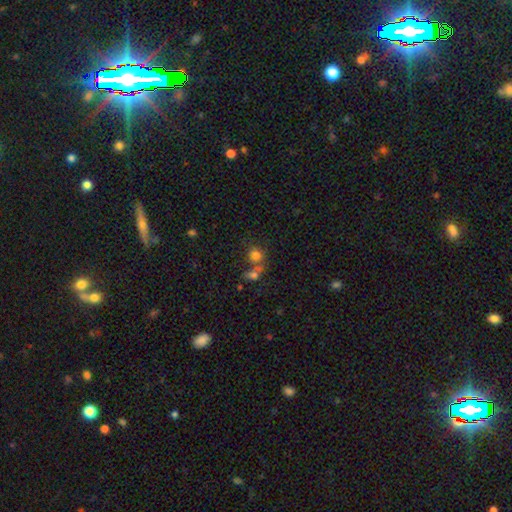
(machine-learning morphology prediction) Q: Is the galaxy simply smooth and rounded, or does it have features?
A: smooth — 75%.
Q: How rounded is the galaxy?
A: round — 75%.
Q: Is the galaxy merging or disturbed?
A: none — 43%.